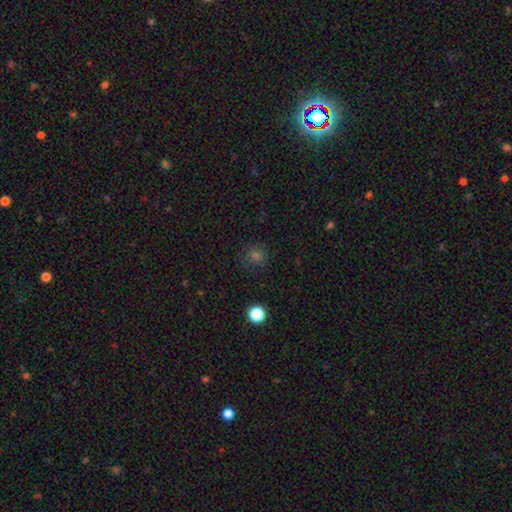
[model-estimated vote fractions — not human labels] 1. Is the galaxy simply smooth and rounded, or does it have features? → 71% smooth, 23% star or artifact, 6% featured or disk.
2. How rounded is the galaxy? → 90% round, 9% in between, 1% cigar-shaped.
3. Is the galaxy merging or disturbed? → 86% none, 9% minor disturbance, 3% major disturbance, 1% merger.